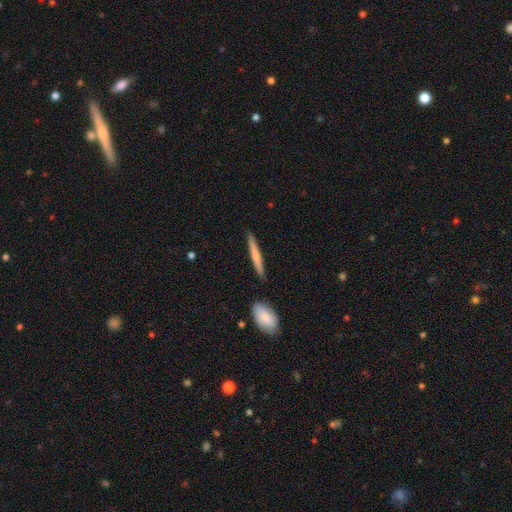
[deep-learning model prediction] Q: Smooth or featured?
A: smooth (64%); runner-up: featured or disk (31%)
Q: How rounded?
A: cigar-shaped (95%); runner-up: in between (4%)
Q: Merging?
A: none (88%); runner-up: minor disturbance (8%)